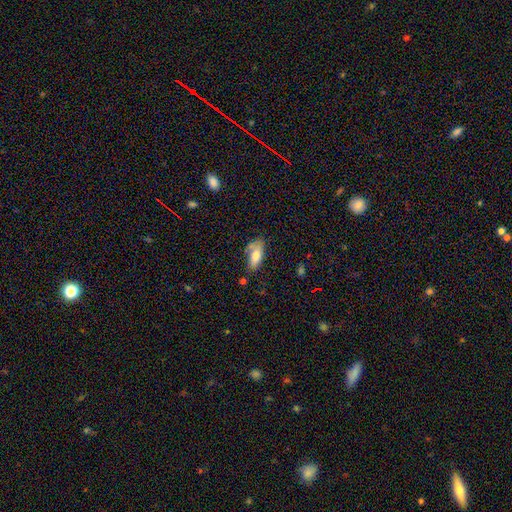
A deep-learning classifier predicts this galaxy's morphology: Smooth or featured?
  - smooth: 73% *
  - featured or disk: 20%
  - star or artifact: 7%
How rounded?
  - in between: 85% *
  - cigar-shaped: 12%
  - round: 3%
Merging?
  - none: 54% *
  - minor disturbance: 27%
  - merger: 10%
  - major disturbance: 9%